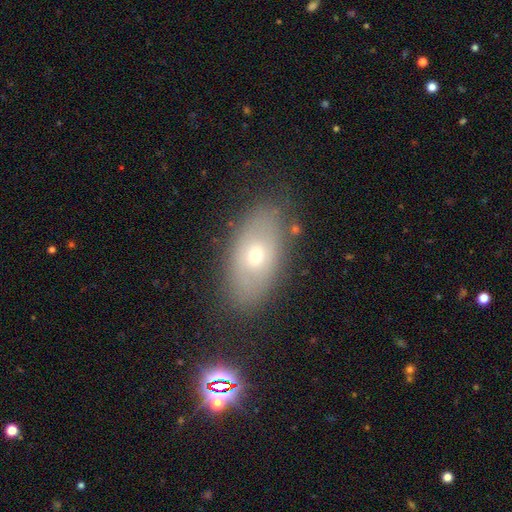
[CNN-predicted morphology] The model was most divided on "smooth or featured": smooth: 55%, featured or disk: 32%, star or artifact: 13%. More confident: how rounded — in between (86%); merging — none (79%).